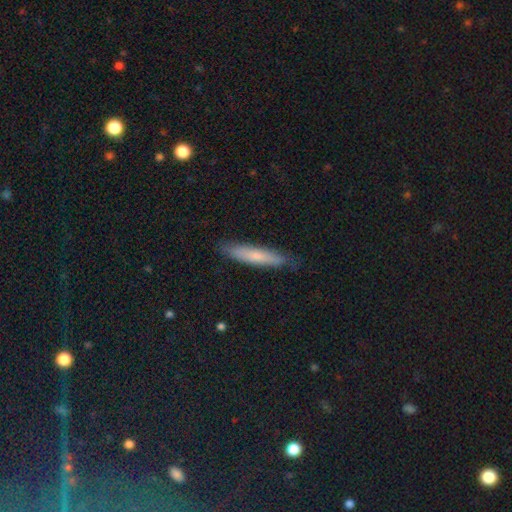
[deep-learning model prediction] A smooth galaxy with no disk features (65%) that is cigar-shaped (88%). Merging: none (84%).